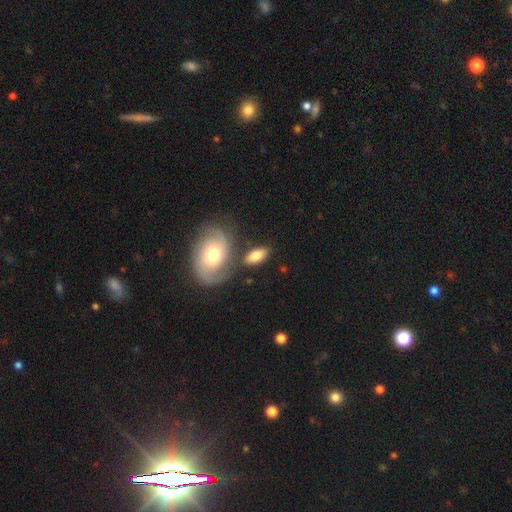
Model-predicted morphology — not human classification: A smooth galaxy with no disk features (71%) that is in between round and cigar-shaped (90%). Merging: none (66%).